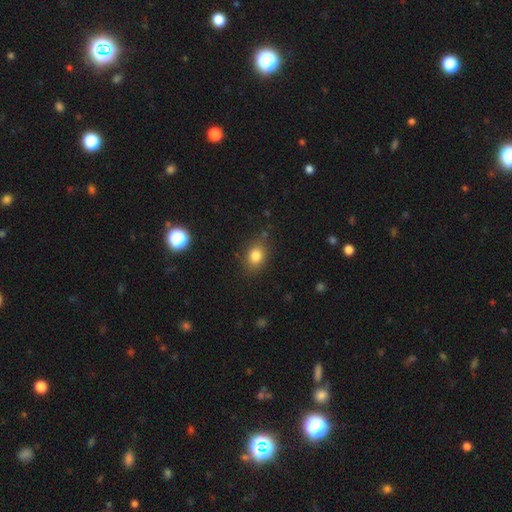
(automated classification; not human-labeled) A smooth galaxy with no disk features (82%) that is in between round and cigar-shaped (63%). Merging: none (81%).